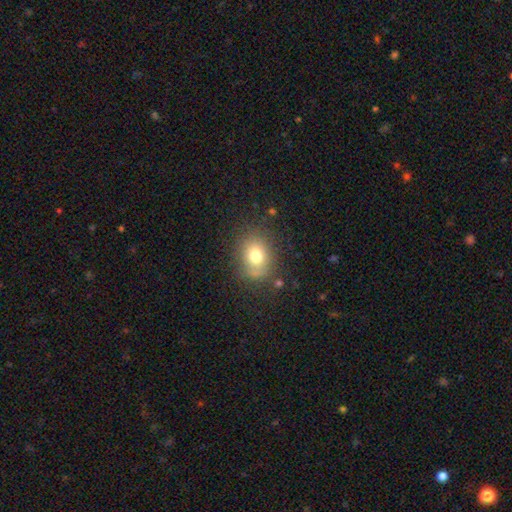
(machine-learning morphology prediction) Overall: smooth (74%). How rounded: round (50%; in between 49%). Merging: none (76%).